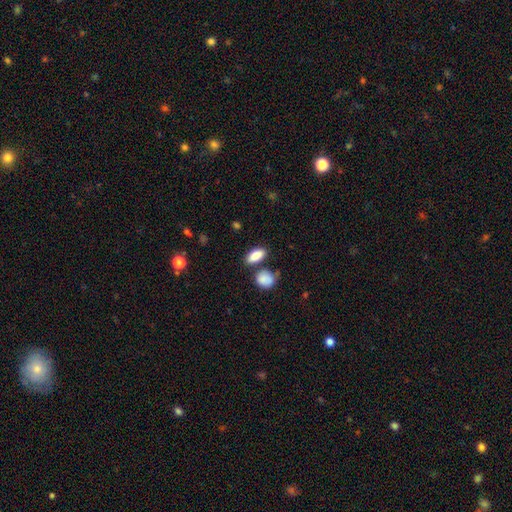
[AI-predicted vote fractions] Morphology: type=smooth (87%); roundness=in between (85%); merging=none (72%).